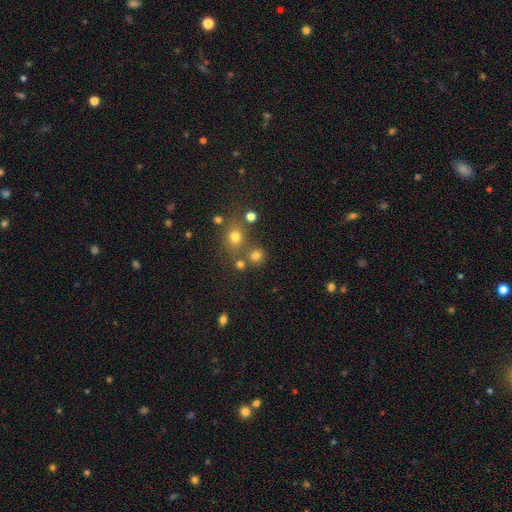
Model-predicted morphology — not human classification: Q: Smooth or featured?
A: smooth (72%); runner-up: star or artifact (19%)
Q: How rounded?
A: round (83%); runner-up: in between (15%)
Q: Merging?
A: none (67%); runner-up: merger (19%)